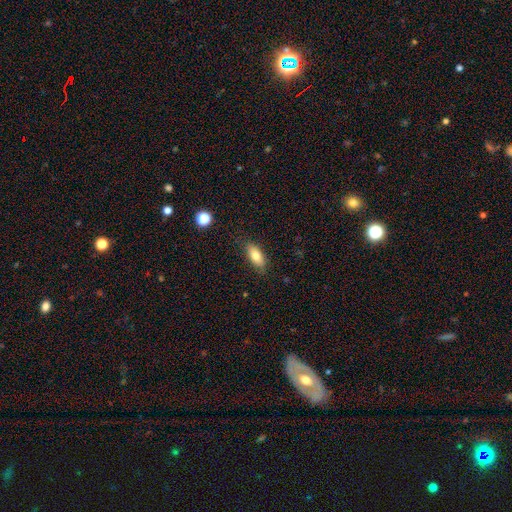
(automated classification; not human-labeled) Smooth or featured? smooth (79%)
How rounded? in between (80%)
Merging? none (83%)